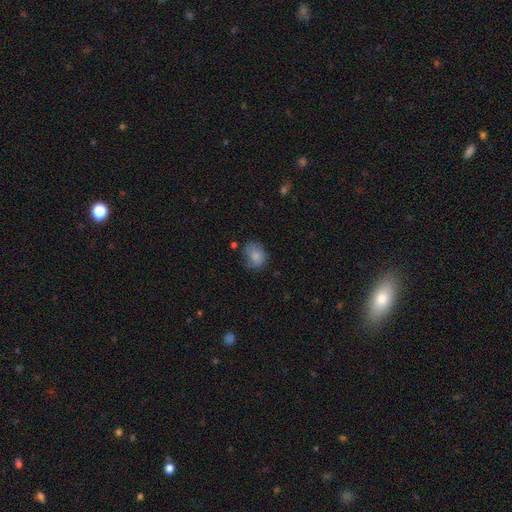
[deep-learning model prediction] Smooth or featured? Predicted: smooth (p=0.79). How rounded? Predicted: in between (p=0.57). Merging? Predicted: none (p=0.57).